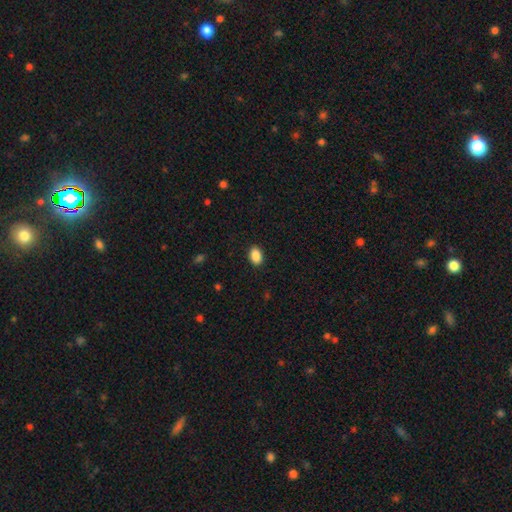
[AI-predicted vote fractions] smooth 89%, star or artifact 8%, featured or disk 4%. Down the decision tree: how rounded — in between (85%); merging — none (90%).